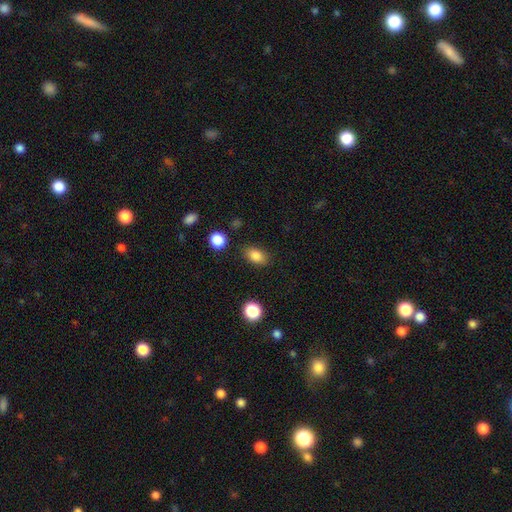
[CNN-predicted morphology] smooth_or_featured: smooth (p=0.84) [alt: star or artifact p=0.10]
how_rounded: in between (p=0.83) [alt: round p=0.15]
merging: none (p=0.84) [alt: minor disturbance p=0.10]